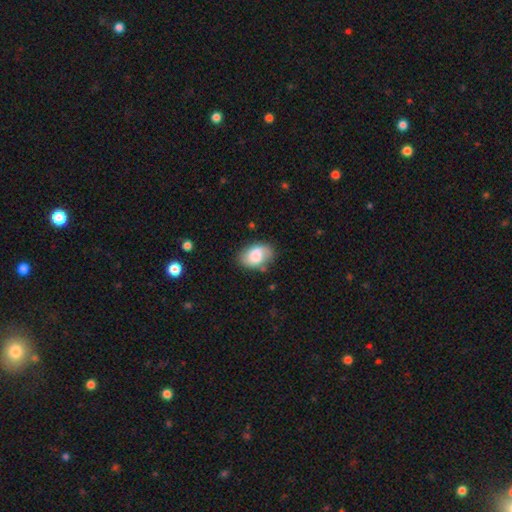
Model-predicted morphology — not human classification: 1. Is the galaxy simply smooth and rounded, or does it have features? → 69% smooth, 23% featured or disk, 8% star or artifact.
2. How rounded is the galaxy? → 84% in between, 14% round, 1% cigar-shaped.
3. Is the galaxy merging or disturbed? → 67% none, 23% minor disturbance, 6% major disturbance, 3% merger.